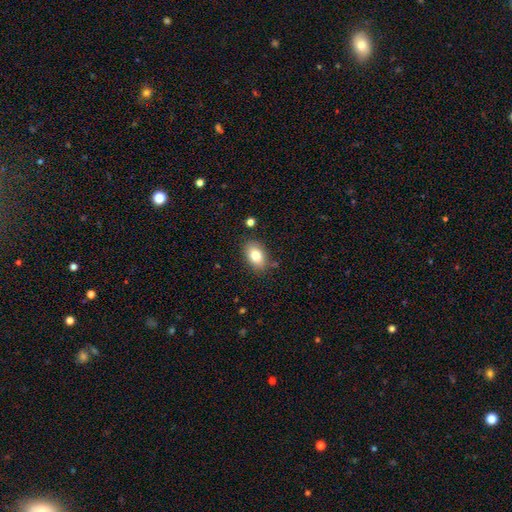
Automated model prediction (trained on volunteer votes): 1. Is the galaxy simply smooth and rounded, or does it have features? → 79% smooth, 12% featured or disk, 9% star or artifact.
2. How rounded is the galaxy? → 85% in between, 14% round, 1% cigar-shaped.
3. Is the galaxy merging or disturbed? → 83% none, 12% minor disturbance, 3% major disturbance, 2% merger.